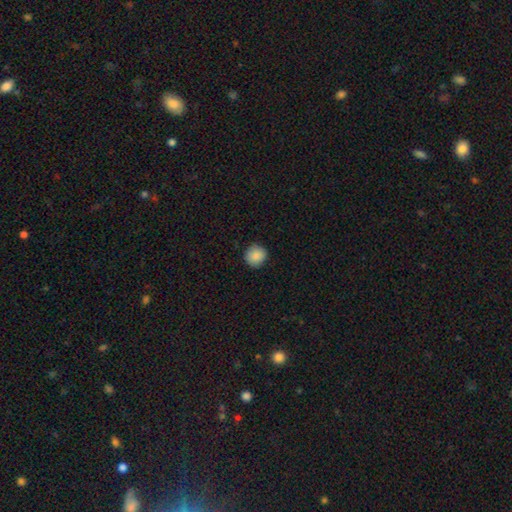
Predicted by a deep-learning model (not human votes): The model was most divided on "smooth or featured": smooth: 89%, star or artifact: 8%, featured or disk: 3%. More confident: how rounded — round (93%); merging — none (89%).